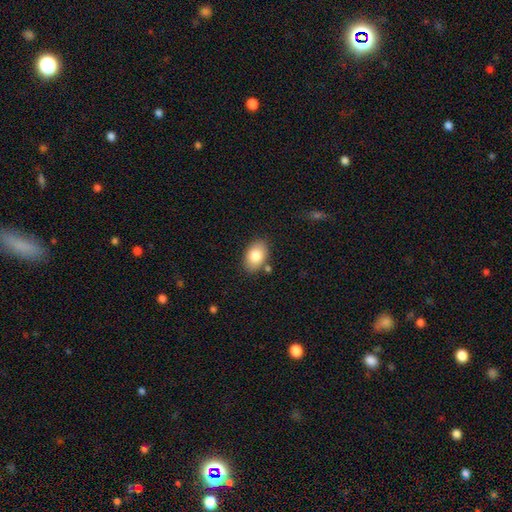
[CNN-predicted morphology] Overall: smooth (81%). How rounded: in between (89%). Merging: none (81%).